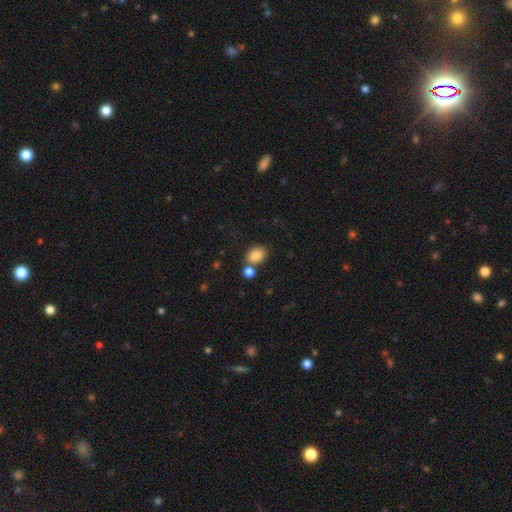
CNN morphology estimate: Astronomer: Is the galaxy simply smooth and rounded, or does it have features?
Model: smooth — 86%.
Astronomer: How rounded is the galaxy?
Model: in between — 74%.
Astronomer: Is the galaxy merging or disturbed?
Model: none — 62%.